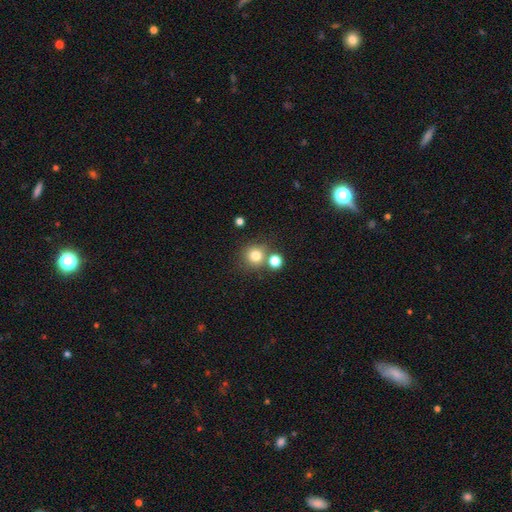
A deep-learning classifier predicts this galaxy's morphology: This is likely a smooth galaxy (79%). How rounded: clearly round (91%). Merging: likely none (68%).